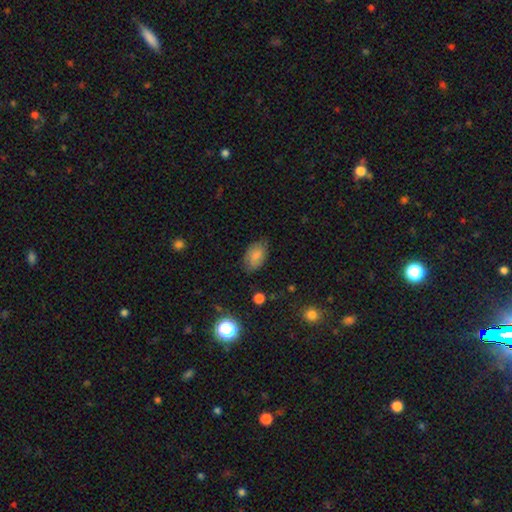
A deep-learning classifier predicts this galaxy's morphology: Q: Smooth or featured?
A: smooth (77%); runner-up: featured or disk (13%)
Q: How rounded?
A: in between (91%); runner-up: round (8%)
Q: Merging?
A: none (72%); runner-up: minor disturbance (22%)